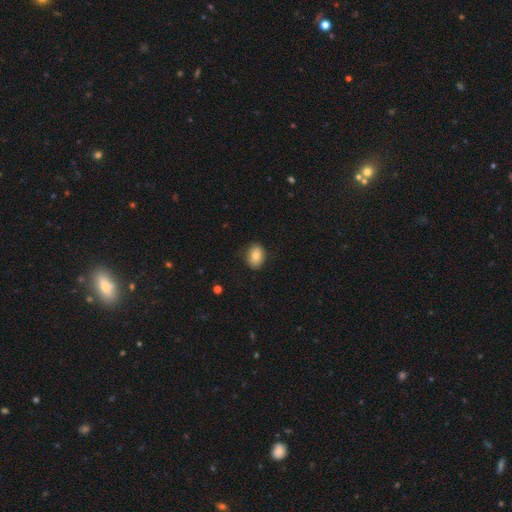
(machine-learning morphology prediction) This appears to be a smooth galaxy with no disk features (79%) that is in between round and cigar-shaped (70%). Merging: none (83%).